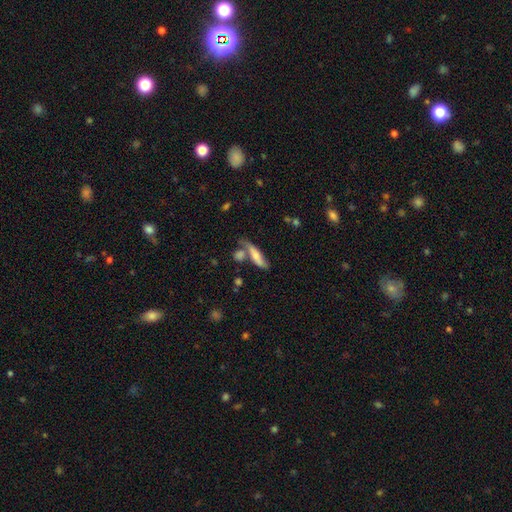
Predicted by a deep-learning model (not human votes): This is possibly a smooth galaxy (53%). How rounded: likely cigar-shaped (63%). Merging: possibly none (50%).